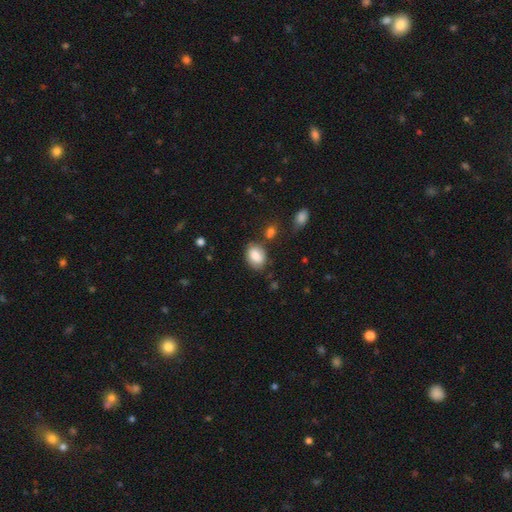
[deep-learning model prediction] Smooth or featured? Predicted: smooth (p=0.83). How rounded? Predicted: in between (p=0.79). Merging? Predicted: none (p=0.68).